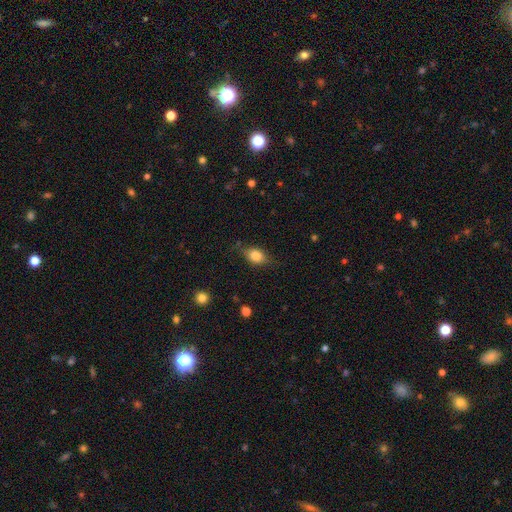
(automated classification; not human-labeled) The model was most divided on "how rounded": in between: 71%, round: 25%, cigar-shaped: 4%. More confident: smooth or featured — smooth (77%); merging — none (70%).